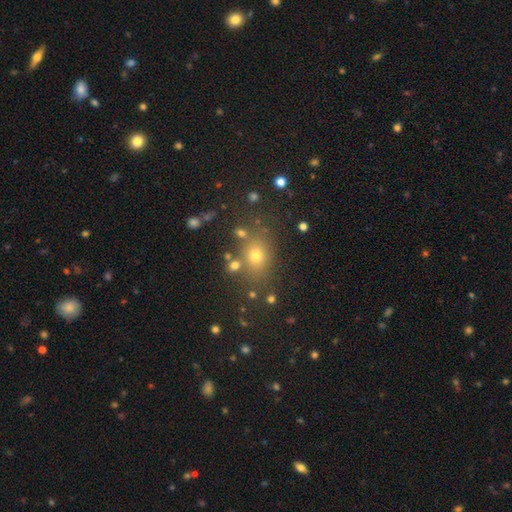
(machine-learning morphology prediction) Q: Smooth or featured?
A: smooth (67%); runner-up: star or artifact (22%)
Q: How rounded?
A: in between (51%); runner-up: round (47%)
Q: Merging?
A: none (76%); runner-up: minor disturbance (12%)